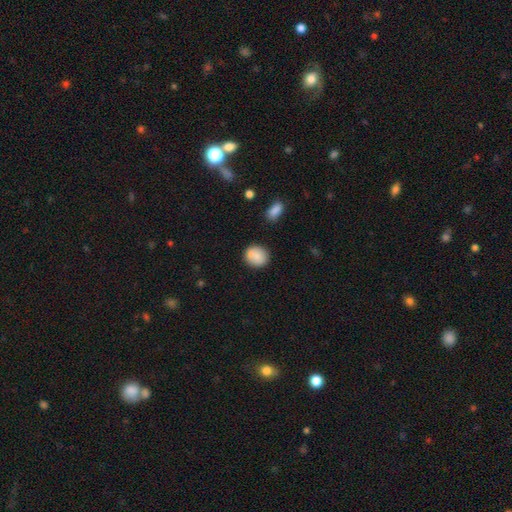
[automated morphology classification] Smooth or featured? Predicted: smooth (p=0.81). How rounded? Predicted: round (p=0.79). Merging? Predicted: none (p=0.70).